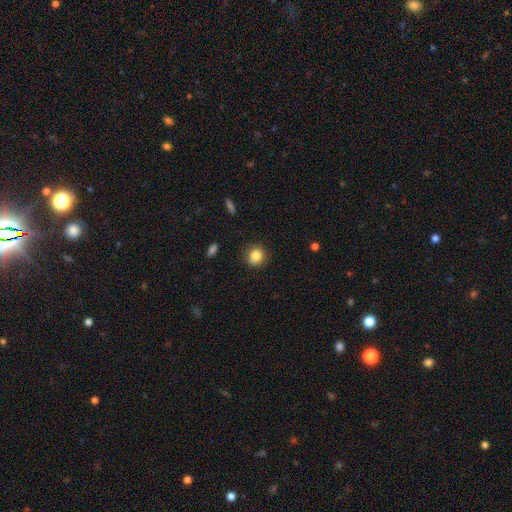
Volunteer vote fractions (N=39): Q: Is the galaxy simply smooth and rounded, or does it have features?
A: smooth — 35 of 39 (90%).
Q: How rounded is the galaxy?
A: round — 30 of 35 (86%).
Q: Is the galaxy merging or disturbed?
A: none — 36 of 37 (97%).